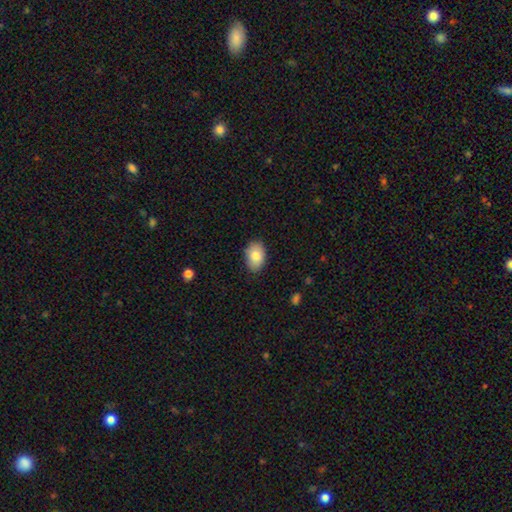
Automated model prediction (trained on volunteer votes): This is clearly a smooth galaxy (83%). How rounded: clearly in between (87%). Merging: clearly none (85%).